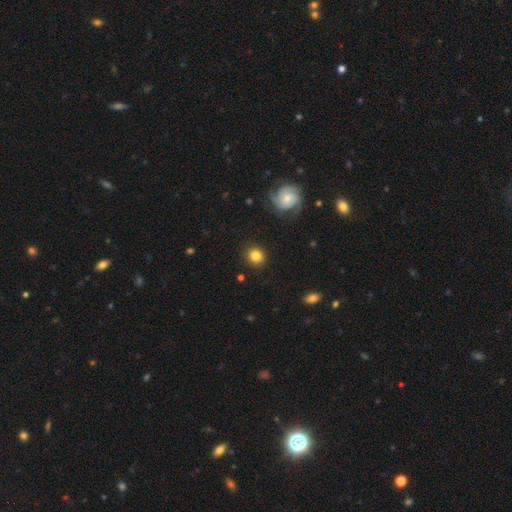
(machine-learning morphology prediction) Smooth or featured?
  - smooth: 82% *
  - star or artifact: 10%
  - featured or disk: 8%
How rounded?
  - round: 84% *
  - in between: 15%
  - cigar-shaped: 1%
Merging?
  - none: 89% *
  - minor disturbance: 7%
  - major disturbance: 2%
  - merger: 1%